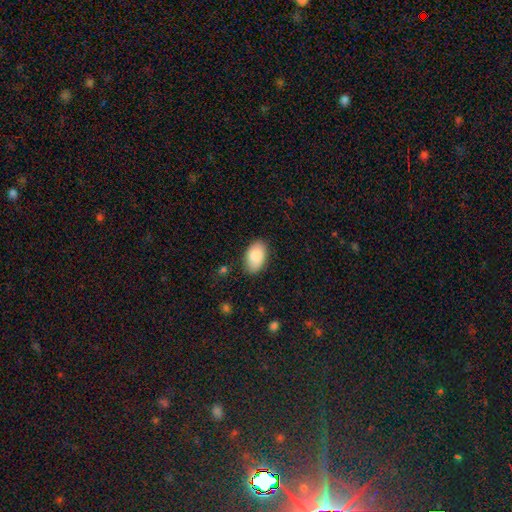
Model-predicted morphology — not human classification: Q: Smooth or featured?
A: smooth (87%); runner-up: featured or disk (6%)
Q: How rounded?
A: in between (93%); runner-up: round (5%)
Q: Merging?
A: none (82%); runner-up: minor disturbance (14%)